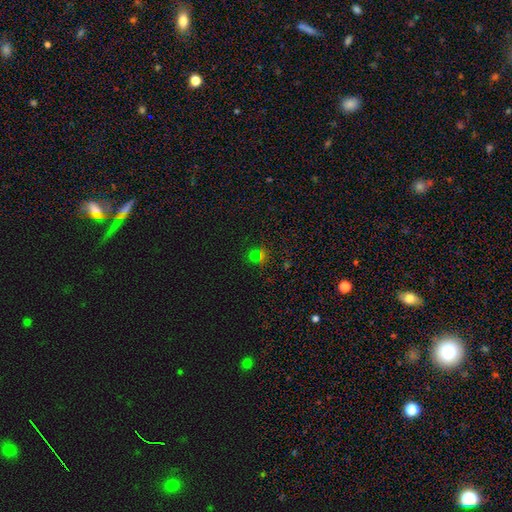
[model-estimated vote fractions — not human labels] Smooth or featured? Predicted: star or artifact (p=0.50).